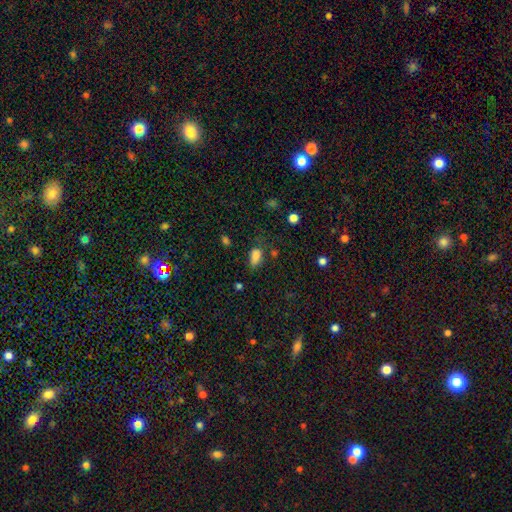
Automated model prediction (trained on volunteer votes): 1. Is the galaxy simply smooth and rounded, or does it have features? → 83% smooth, 12% star or artifact, 5% featured or disk.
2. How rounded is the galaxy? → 89% in between, 7% round, 4% cigar-shaped.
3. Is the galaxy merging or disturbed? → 56% none, 29% minor disturbance, 11% major disturbance, 4% merger.